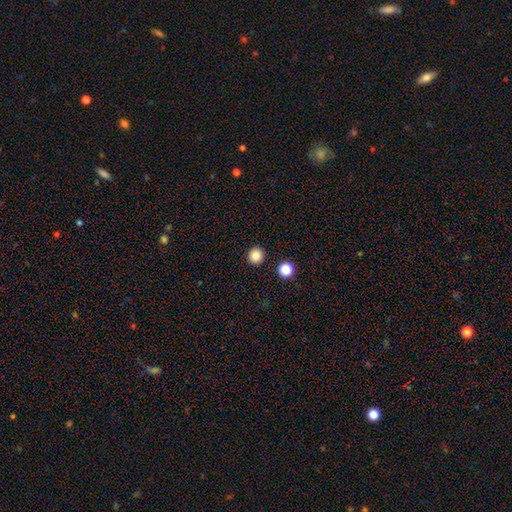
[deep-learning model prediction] smooth-or-featured: smooth: 85% | star or artifact: 11% | featured or disk: 4%
  how-rounded: round: 94% | in between: 5% | cigar-shaped: 1%
  merging: none: 93% | minor disturbance: 4% | merger: 2% | major disturbance: 2%